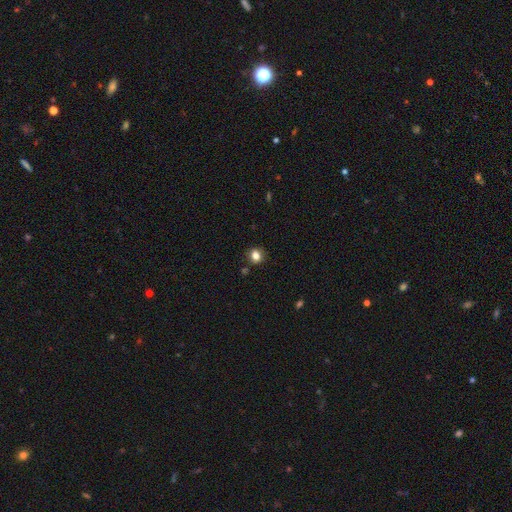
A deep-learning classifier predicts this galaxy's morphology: Q: Smooth or featured?
A: smooth (80%); runner-up: star or artifact (13%)
Q: How rounded?
A: round (74%); runner-up: in between (25%)
Q: Merging?
A: none (84%); runner-up: minor disturbance (10%)